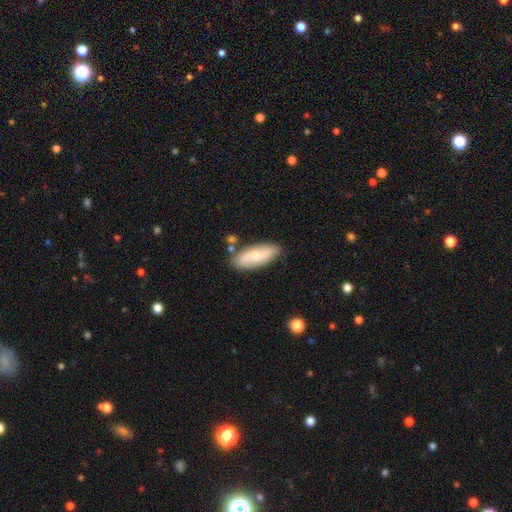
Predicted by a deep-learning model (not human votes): This appears to be a smooth galaxy with no disk features (68%) that is in between round and cigar-shaped (72%). Merging: none (79%).